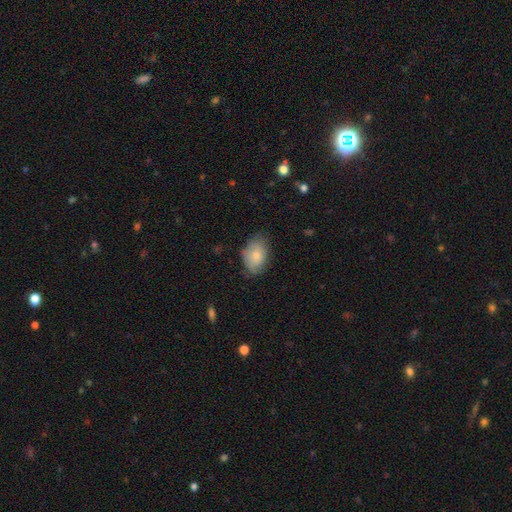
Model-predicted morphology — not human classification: Overall: smooth (81%). How rounded: in between (87%). Merging: none (65%; minor disturbance 27%).